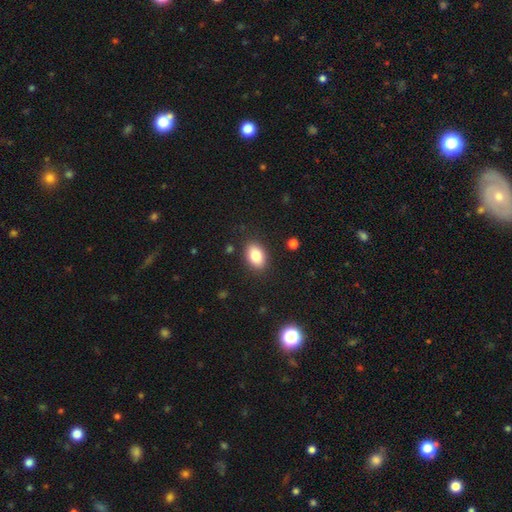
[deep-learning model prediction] smooth 84%, featured or disk 8%, star or artifact 8%. Down the decision tree: how rounded — in between (87%); merging — none (87%).